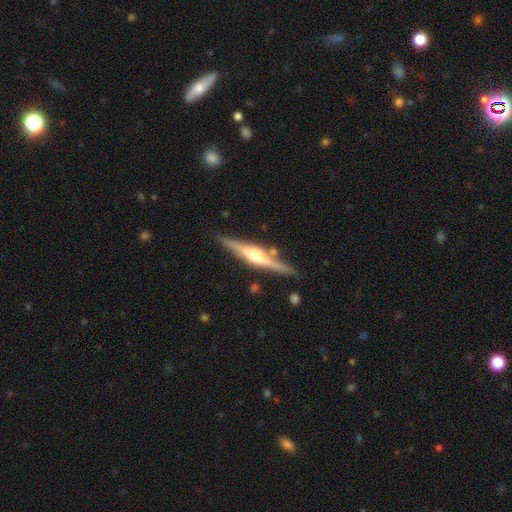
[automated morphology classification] This appears to be a featured or disk galaxy (75%) viewed edge-on (97%) with a rounded central bulge (78%). Merging: none (83%).